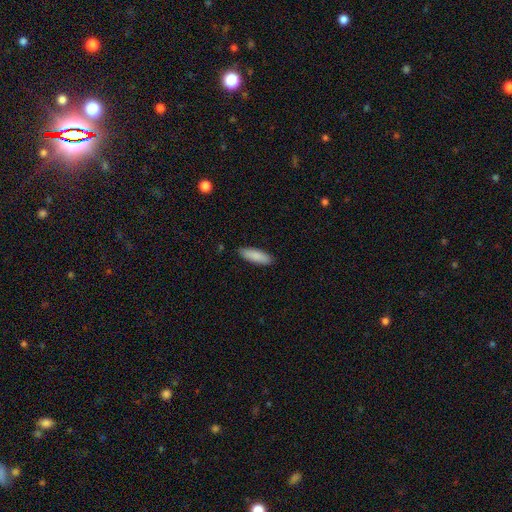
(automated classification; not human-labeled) This is clearly a smooth galaxy (88%). How rounded: possibly cigar-shaped (50%). Merging: clearly none (89%).